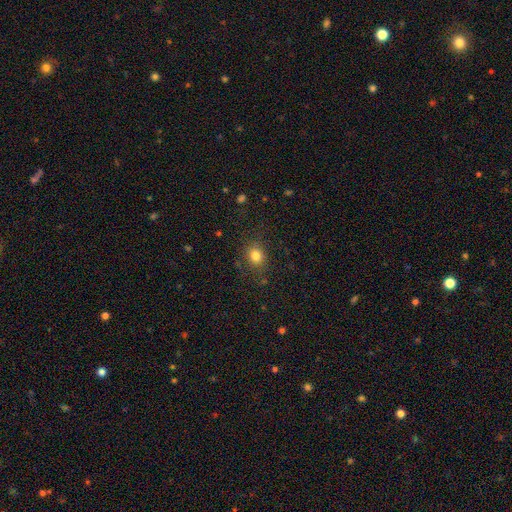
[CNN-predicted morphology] smooth_or_featured: smooth (p=0.80) [alt: star or artifact p=0.13]
how_rounded: round (p=0.69) [alt: in between p=0.30]
merging: none (p=0.82) [alt: minor disturbance p=0.12]